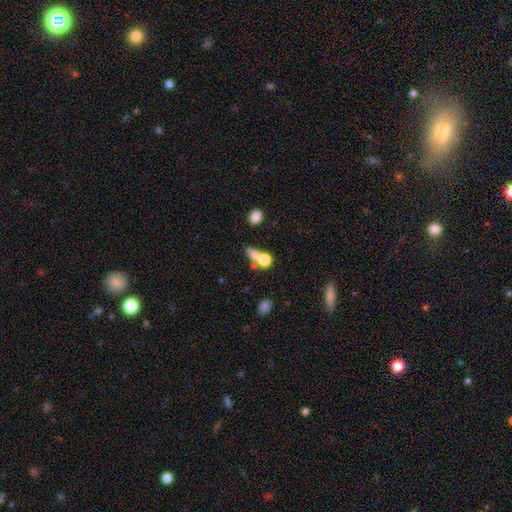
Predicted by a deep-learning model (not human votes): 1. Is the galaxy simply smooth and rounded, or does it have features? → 68% smooth, 18% featured or disk, 14% star or artifact.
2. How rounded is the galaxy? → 53% round, 41% in between, 6% cigar-shaped.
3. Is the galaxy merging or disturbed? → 52% merger, 34% none, 8% minor disturbance, 6% major disturbance.